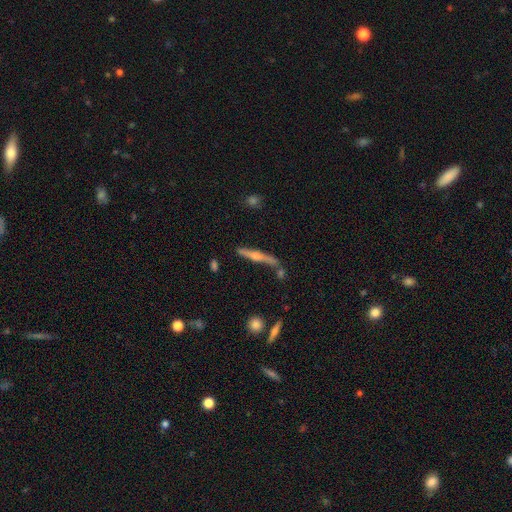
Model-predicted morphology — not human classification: type=featured or disk (68%); edge-on=yes (96%); edge-on bulge=rounded (87%); merging=none (73%).